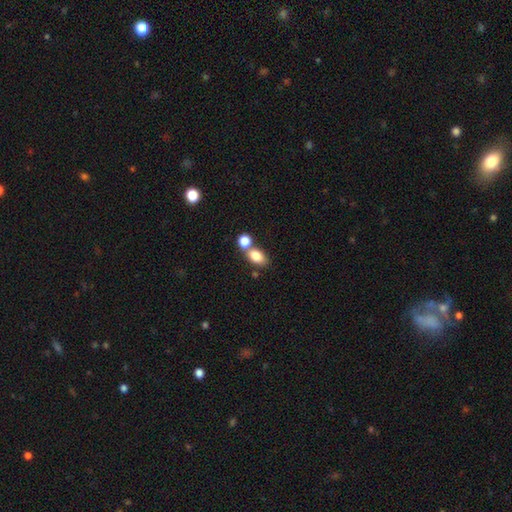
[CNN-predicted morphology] smooth-or-featured: smooth: 81% | star or artifact: 10% | featured or disk: 9%
  how-rounded: in between: 79% | round: 19% | cigar-shaped: 2%
  merging: none: 49% | merger: 37% | minor disturbance: 10% | major disturbance: 4%